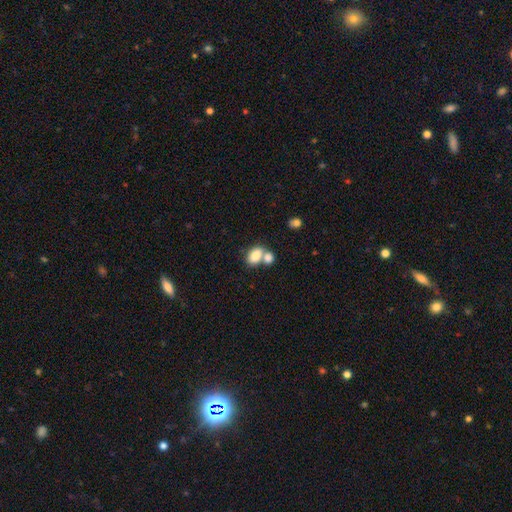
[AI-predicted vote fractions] Morphology: type=smooth (82%); roundness=in between (83%); merging=merger (54%).